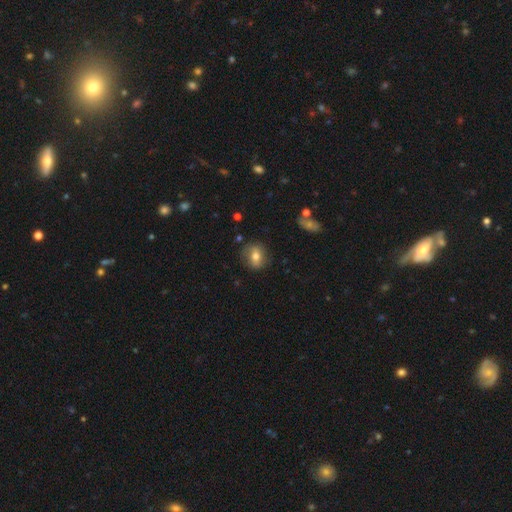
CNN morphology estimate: A smooth galaxy with no disk features (67%) that is round (58%). Merging: none (78%).